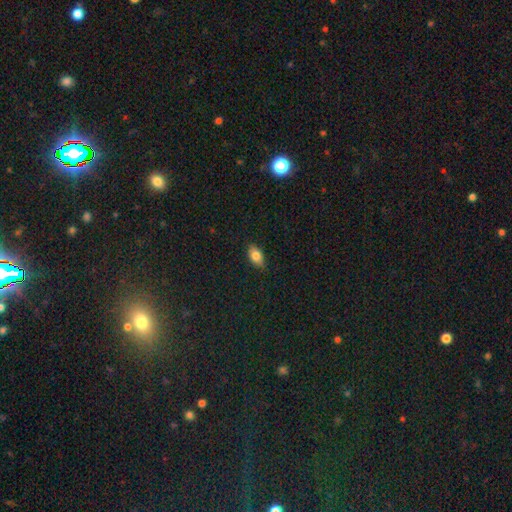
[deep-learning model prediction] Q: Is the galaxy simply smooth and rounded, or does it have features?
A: smooth — 81%.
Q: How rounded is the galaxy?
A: in between — 88%.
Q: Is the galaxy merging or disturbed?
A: none — 80%.